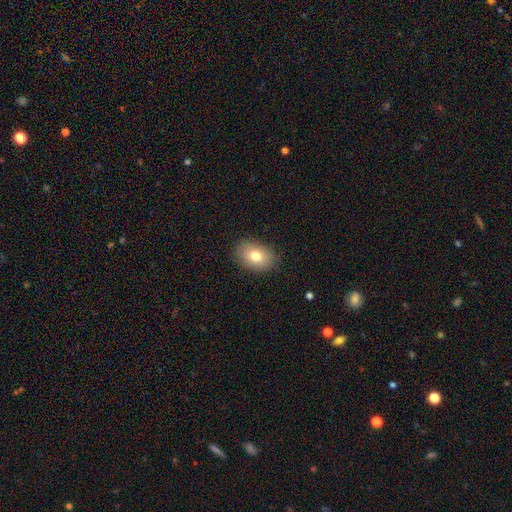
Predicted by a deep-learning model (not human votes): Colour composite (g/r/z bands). It shows a smooth galaxy with no disk features (78%) that is in between round and cigar-shaped (79%). Merging: none (86%).